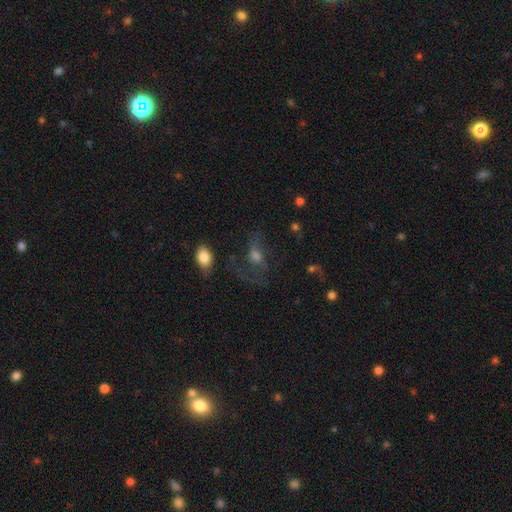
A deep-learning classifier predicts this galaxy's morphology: smooth-or-featured: featured or disk: 43% | smooth: 37% | star or artifact: 20%
  merging: none: 40% | major disturbance: 37% | minor disturbance: 18% | merger: 6%